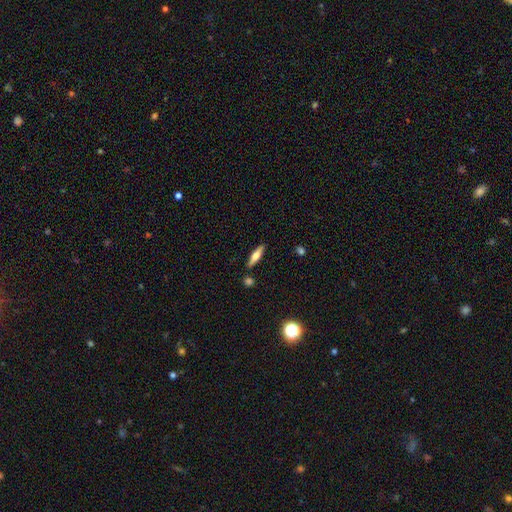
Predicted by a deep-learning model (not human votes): Morphology: type=smooth (49%); merging=none (86%).